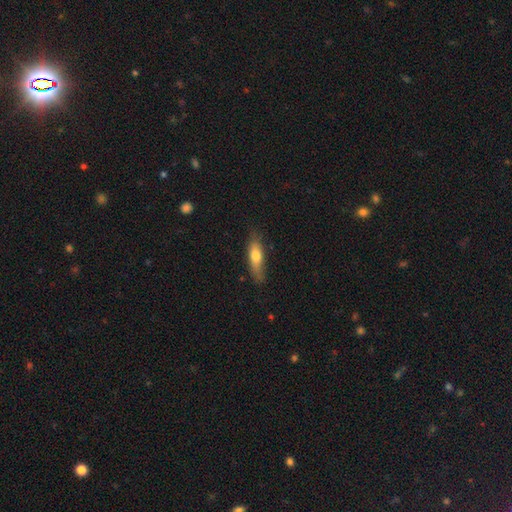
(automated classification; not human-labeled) Smooth or featured?
  - smooth: 69% *
  - featured or disk: 25%
  - star or artifact: 6%
How rounded?
  - cigar-shaped: 53% *
  - in between: 44%
  - round: 3%
Merging?
  - none: 70% *
  - minor disturbance: 23%
  - major disturbance: 5%
  - merger: 2%